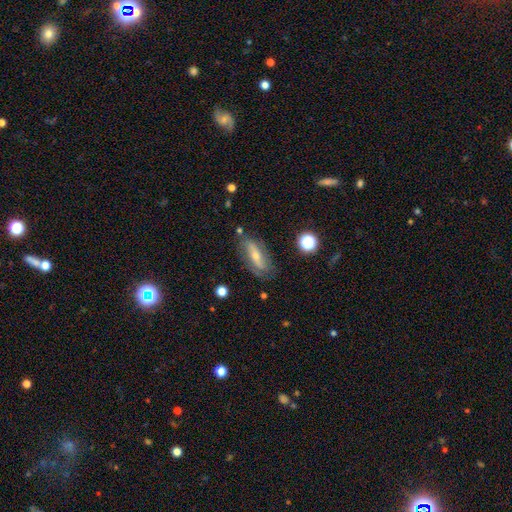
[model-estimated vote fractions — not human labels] Overall: featured or disk (54%; smooth 37%). Edge-on disk: no (68%; yes 32%). Merging: none (73%).